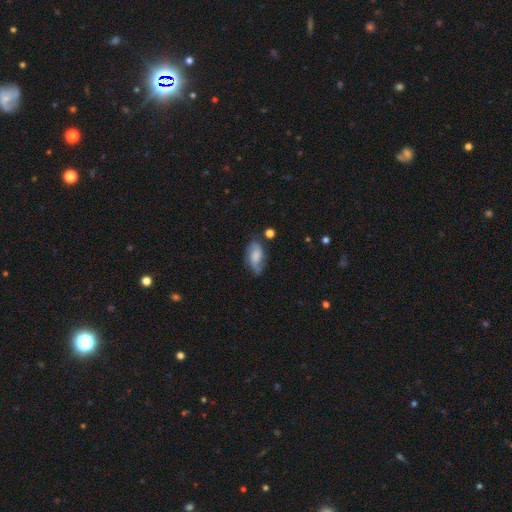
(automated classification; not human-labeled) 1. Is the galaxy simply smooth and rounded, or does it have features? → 52% featured or disk, 40% smooth, 8% star or artifact.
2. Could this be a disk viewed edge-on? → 94% no, 6% yes.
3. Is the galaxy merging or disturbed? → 61% none, 26% minor disturbance, 10% major disturbance, 4% merger.